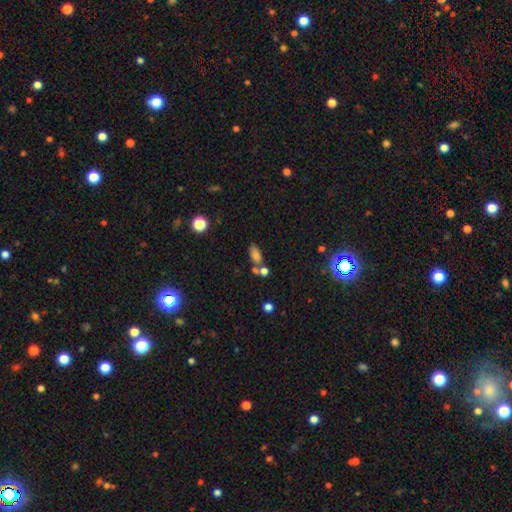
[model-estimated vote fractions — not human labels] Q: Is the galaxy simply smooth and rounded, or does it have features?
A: smooth — 67%.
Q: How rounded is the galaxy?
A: in between — 82%.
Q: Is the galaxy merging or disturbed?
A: none — 56%.